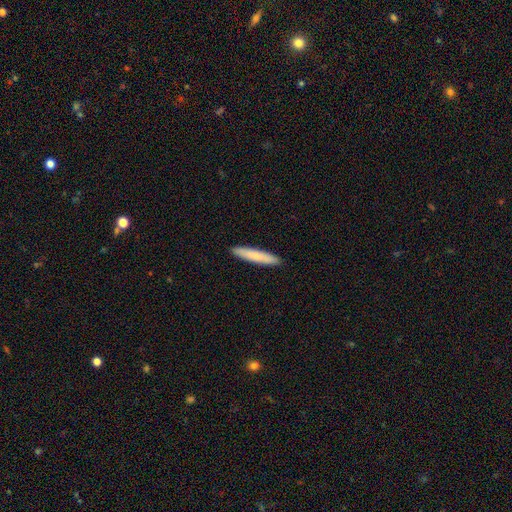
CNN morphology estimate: smooth 76%, featured or disk 19%, star or artifact 5%. Down the decision tree: how rounded — cigar-shaped (92%); merging — none (92%).